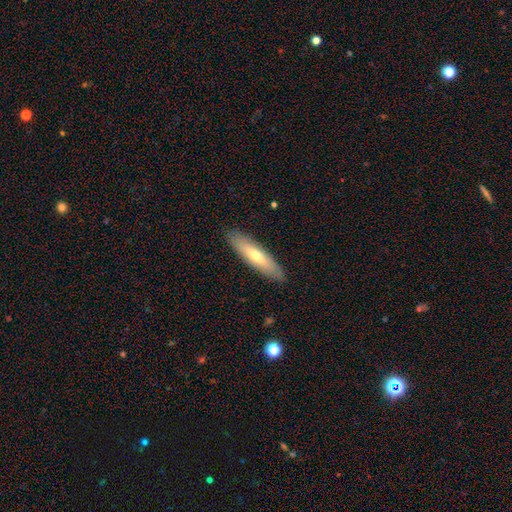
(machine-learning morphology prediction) This appears to be a smooth galaxy with no disk features (55%) that is cigar-shaped (75%). Merging: none (89%).